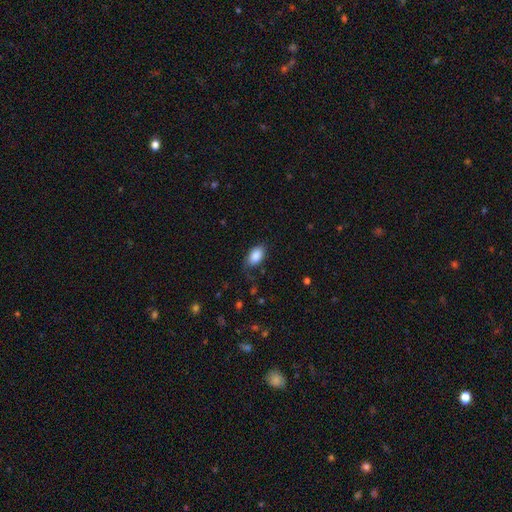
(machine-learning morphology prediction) Q: Smooth or featured?
A: smooth (86%); runner-up: star or artifact (7%)
Q: How rounded?
A: in between (92%); runner-up: round (6%)
Q: Merging?
A: none (72%); runner-up: minor disturbance (20%)